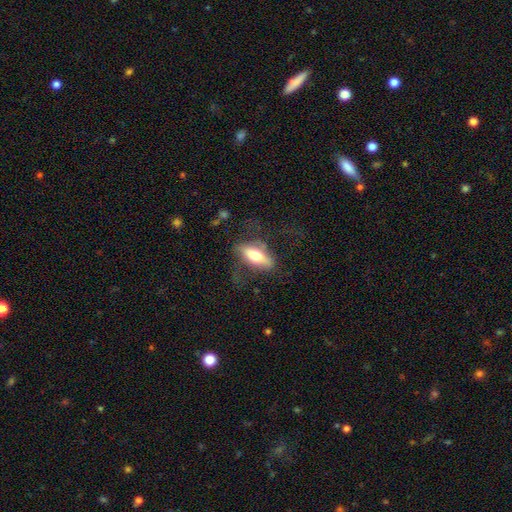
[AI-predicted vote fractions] Morphology: type=smooth (57%); roundness=in between (63%); merging=none (54%).